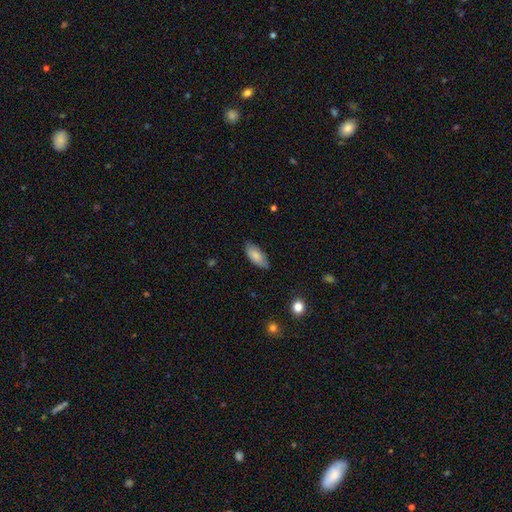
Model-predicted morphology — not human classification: smooth-or-featured: smooth: 83% | featured or disk: 11% | star or artifact: 6%
  how-rounded: in between: 89% | cigar-shaped: 9% | round: 2%
  merging: none: 77% | minor disturbance: 19% | major disturbance: 3% | merger: 1%